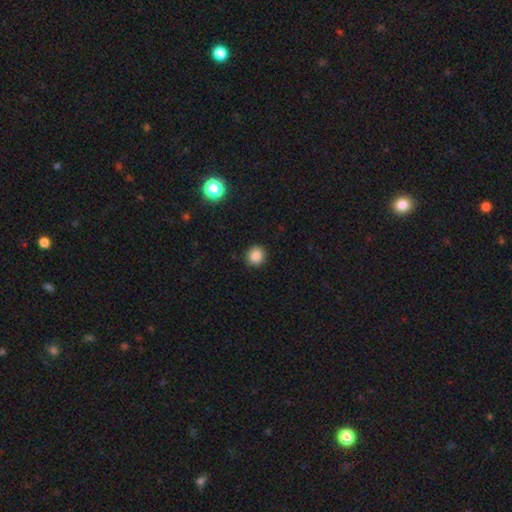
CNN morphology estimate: The model was most divided on "smooth or featured": smooth: 86%, star or artifact: 11%, featured or disk: 3%. More confident: merging — none (91%); how rounded — round (90%).